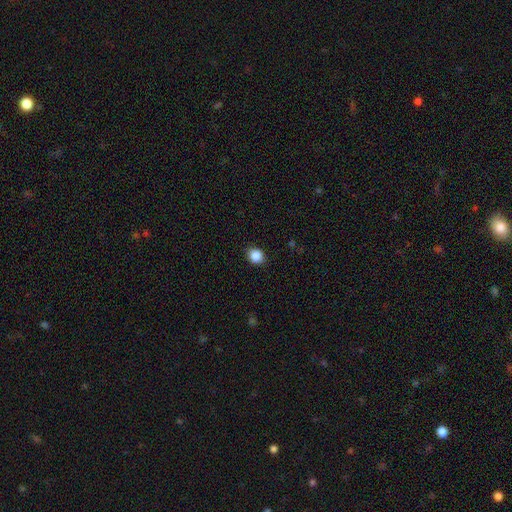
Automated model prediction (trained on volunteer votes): smooth-or-featured: smooth: 88% | star or artifact: 9% | featured or disk: 3%
  how-rounded: round: 76% | in between: 23% | cigar-shaped: 1%
  merging: none: 89% | minor disturbance: 8% | major disturbance: 2% | merger: 1%